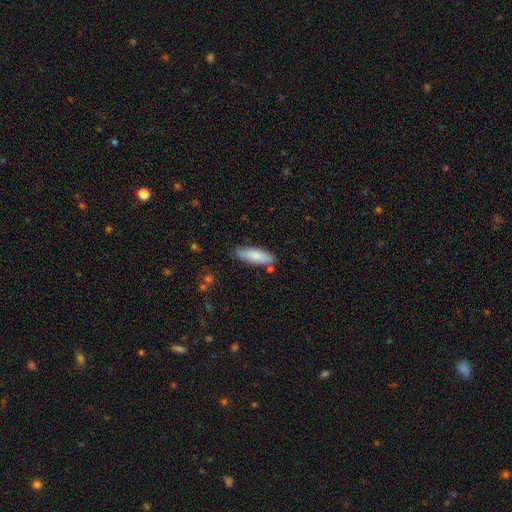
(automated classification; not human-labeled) Morphology: type=smooth (83%); roundness=in between (57%); merging=none (82%).